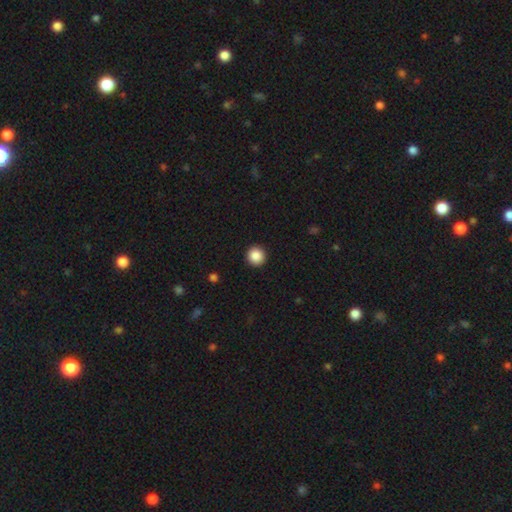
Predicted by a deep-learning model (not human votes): smooth 87%, star or artifact 9%, featured or disk 3%. Down the decision tree: how rounded — round (95%); merging — none (93%).